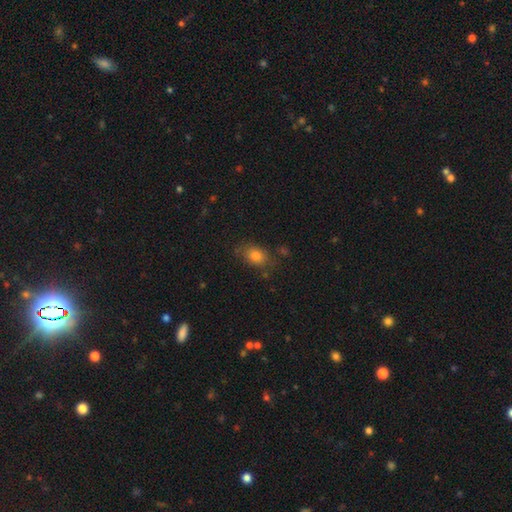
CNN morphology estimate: The model was most divided on "how rounded": in between: 69%, round: 30%, cigar-shaped: 2%. More confident: smooth or featured — smooth (80%); merging — none (72%).